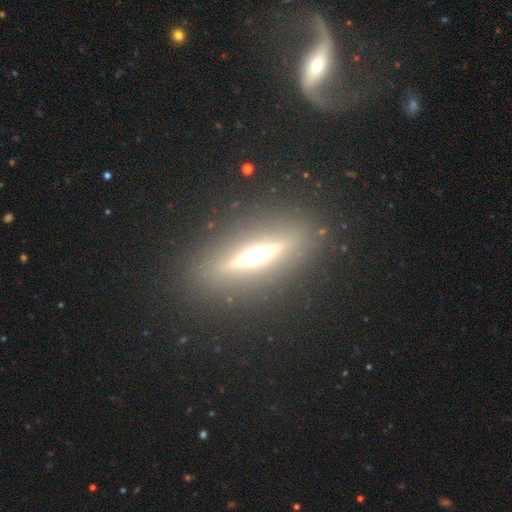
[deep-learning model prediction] smooth_or_featured: featured or disk (p=0.71) [alt: smooth p=0.19]
disk_edge_on: yes (p=0.91) [alt: no p=0.09]
edge_on_bulge: rounded (p=0.82) [alt: boxy p=0.10]
merging: none (p=0.87) [alt: minor disturbance p=0.07]